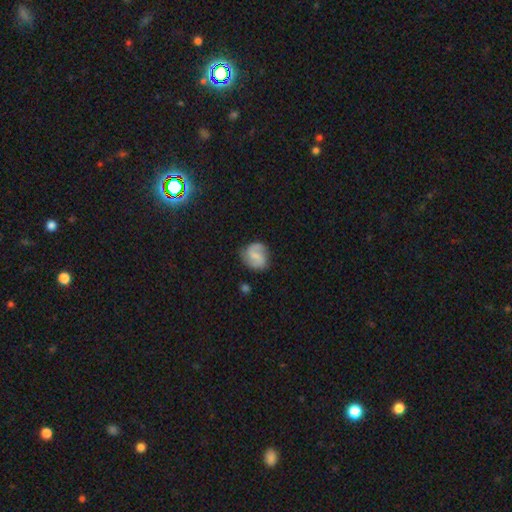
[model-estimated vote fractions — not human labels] Smooth or featured? Predicted: featured or disk (p=0.64). Edge-on disk? Predicted: no (p=0.98). Bar? Predicted: weak (p=0.52). Spiral arms? Predicted: yes (p=0.93). Spiral winding? Predicted: medium (p=0.47). Spiral arm count? Predicted: 2 (p=0.85). Bulge size? Predicted: small (p=0.46). Merging? Predicted: none (p=0.76).